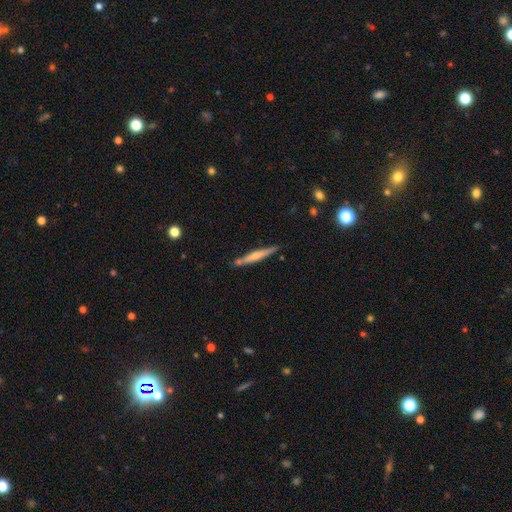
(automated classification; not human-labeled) This is possibly a smooth galaxy (50%). How rounded: clearly cigar-shaped (95%). Merging: clearly none (81%).